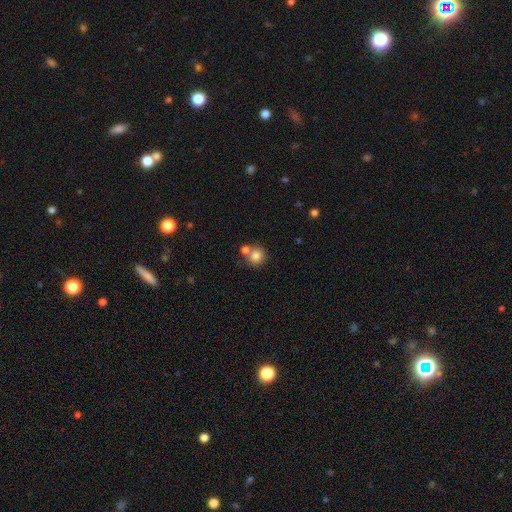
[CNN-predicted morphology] This appears to be a smooth galaxy with no disk features (81%) that is round (91%). Merging: none (59%).